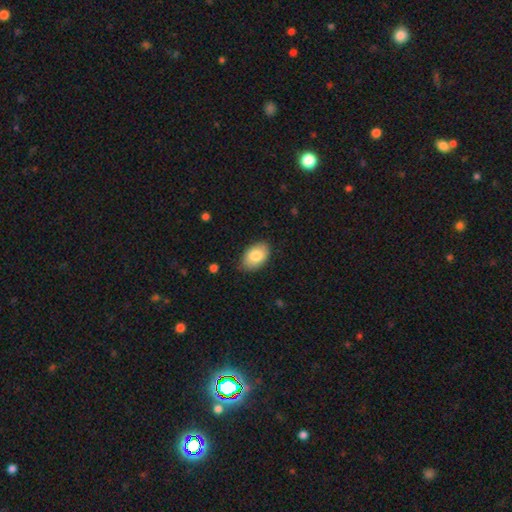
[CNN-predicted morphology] type=smooth (83%); roundness=in between (91%); merging=none (83%).